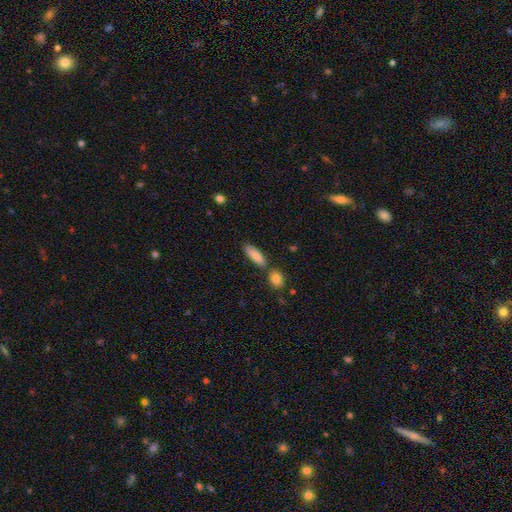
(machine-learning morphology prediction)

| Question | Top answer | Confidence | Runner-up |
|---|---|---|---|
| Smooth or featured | smooth | 84% | featured or disk (9%) |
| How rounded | in between | 62% | cigar-shaped (36%) |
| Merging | none | 70% | minor disturbance (14%) |